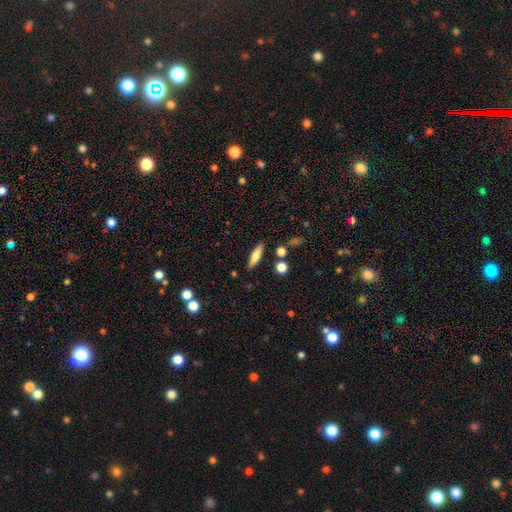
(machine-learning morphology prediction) This is likely a smooth galaxy (68%). How rounded: likely cigar-shaped (66%). Merging: clearly none (85%).